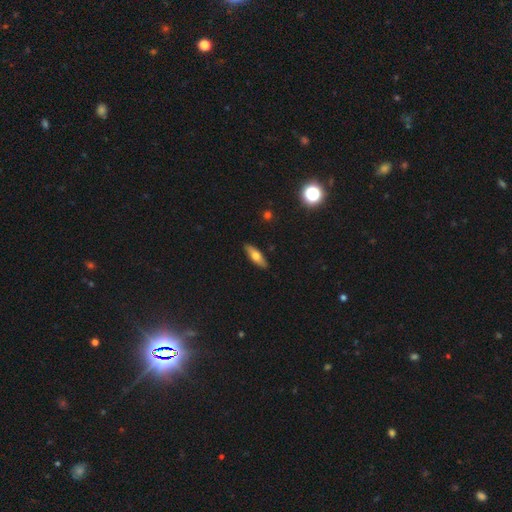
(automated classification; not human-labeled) This appears to be a smooth galaxy with no disk features (60%) that is cigar-shaped (51%). Merging: none (89%).